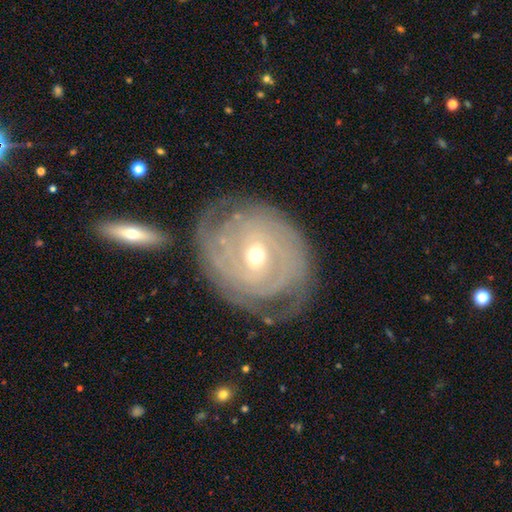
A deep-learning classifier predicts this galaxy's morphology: A featured or disk galaxy (87%) with a weak bar (43%), tight (81%) spiral arms (94%) and a small central bulge (50%). Merging: none (71%).